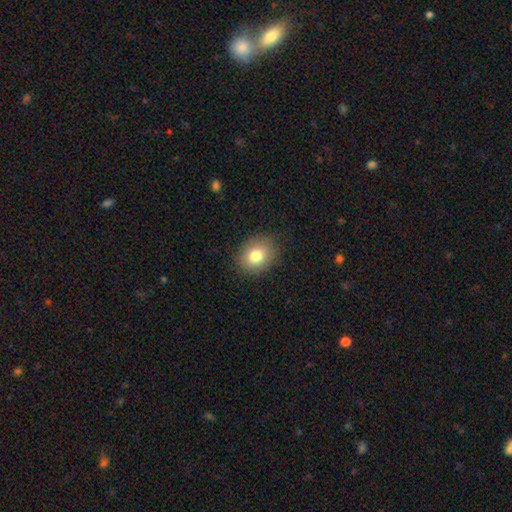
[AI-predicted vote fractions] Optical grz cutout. It shows a smooth galaxy with no disk features (79%) that is round (52%). Merging: none (87%).